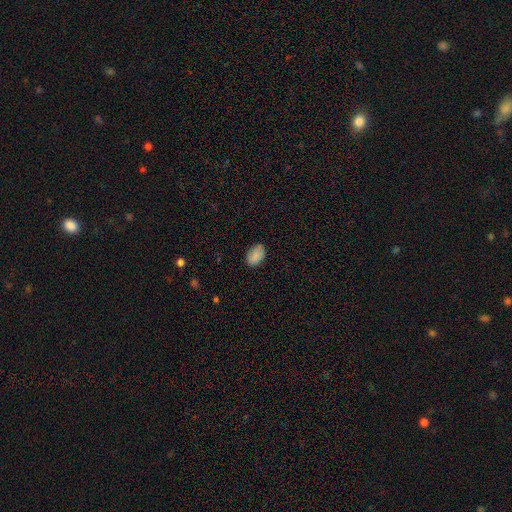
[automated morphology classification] smooth_or_featured: smooth (p=0.85) [alt: star or artifact p=0.08]
how_rounded: in between (p=0.85) [alt: round p=0.13]
merging: none (p=0.83) [alt: minor disturbance p=0.14]